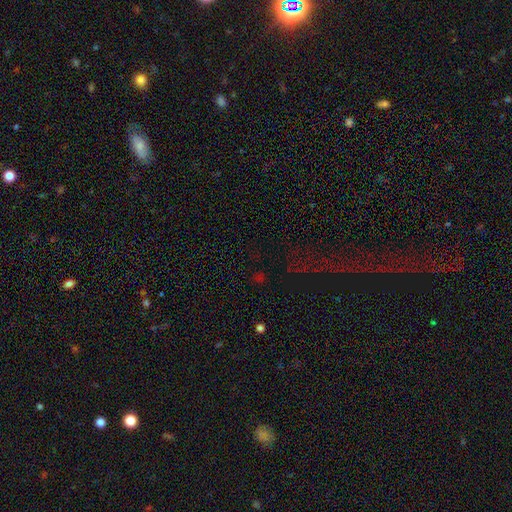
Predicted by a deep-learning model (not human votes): smooth_or_featured: star or artifact (p=0.69) [alt: smooth p=0.23]